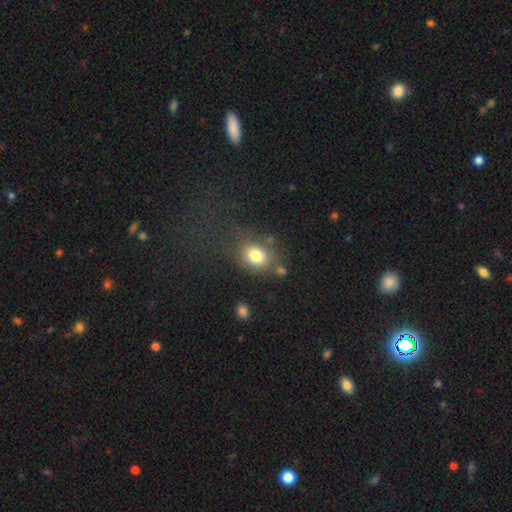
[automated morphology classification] smooth 80%, star or artifact 10%, featured or disk 9%. Down the decision tree: how rounded — in between (54%); merging — none (62%).